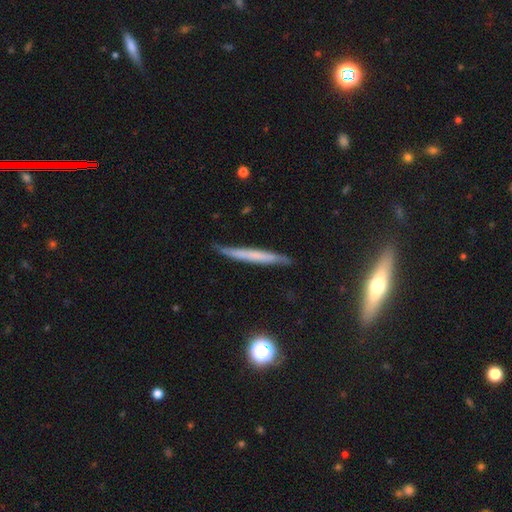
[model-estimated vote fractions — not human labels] The model was most divided on "smooth or featured": smooth: 51%, featured or disk: 41%, star or artifact: 8%. More confident: how rounded — cigar-shaped (96%); merging — none (82%).